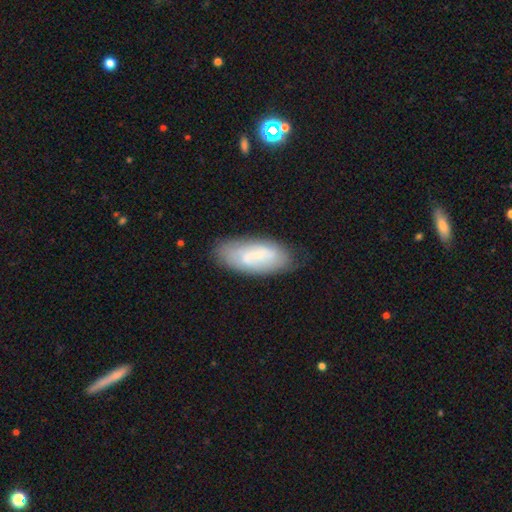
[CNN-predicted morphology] This is possibly a smooth galaxy (53%). How rounded: clearly in between (82%). Merging: likely none (72%).